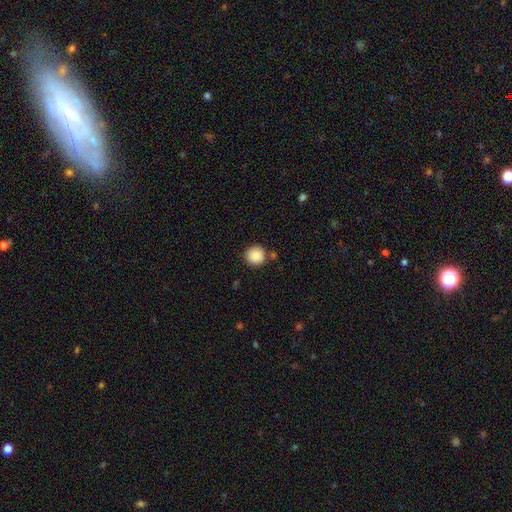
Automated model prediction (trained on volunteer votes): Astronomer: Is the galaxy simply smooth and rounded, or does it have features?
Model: smooth — 88%.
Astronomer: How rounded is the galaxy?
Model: round — 94%.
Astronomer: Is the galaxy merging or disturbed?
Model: none — 82%.